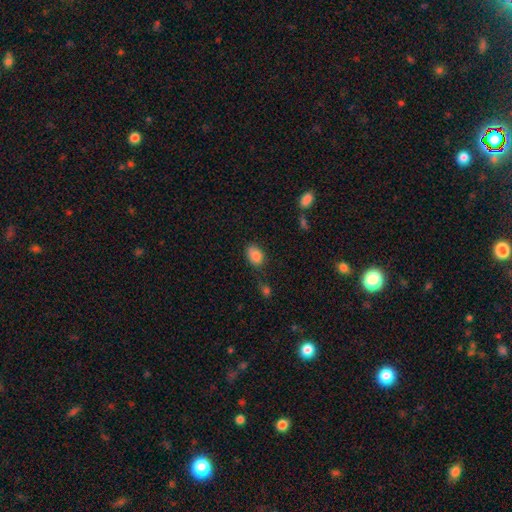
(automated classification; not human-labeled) This is clearly a smooth galaxy (85%). How rounded: likely in between (79%). Merging: likely none (67%).